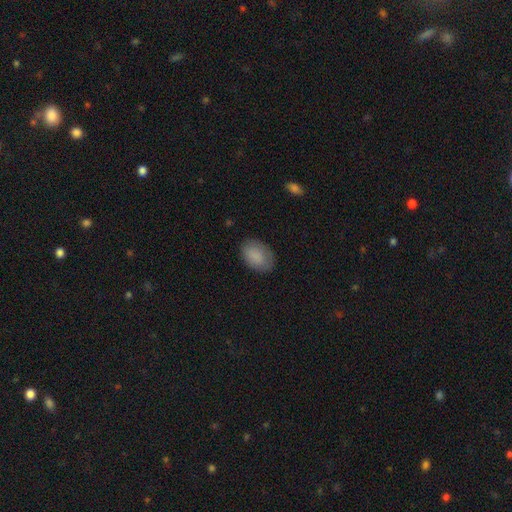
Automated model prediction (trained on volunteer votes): Smooth or featured: smooth — 86% (star or artifact — 7%)
How rounded: in between — 83% (round — 16%)
Merging: none — 76% (minor disturbance — 18%)